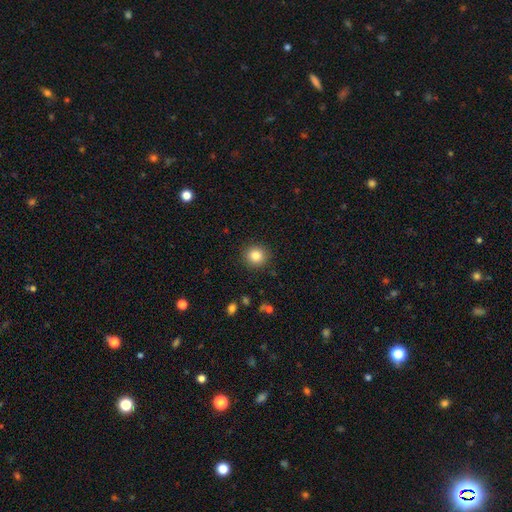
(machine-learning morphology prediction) smooth_or_featured: smooth (p=0.84) [alt: star or artifact p=0.11]
how_rounded: round (p=0.91) [alt: in between p=0.08]
merging: none (p=0.91) [alt: minor disturbance p=0.06]